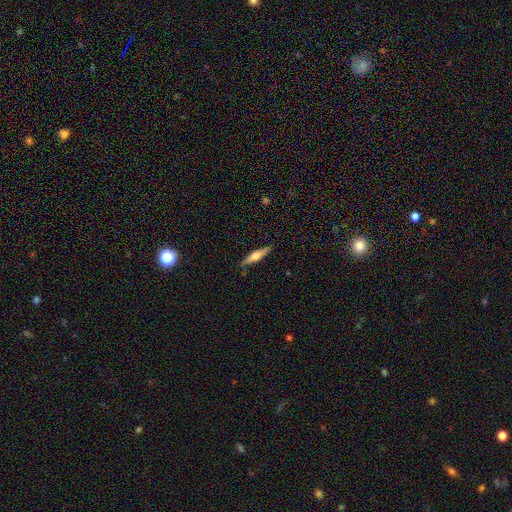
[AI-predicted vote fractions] Morphology: type=featured or disk (56%); edge-on=yes (96%); edge-on bulge=rounded (86%); merging=none (86%).